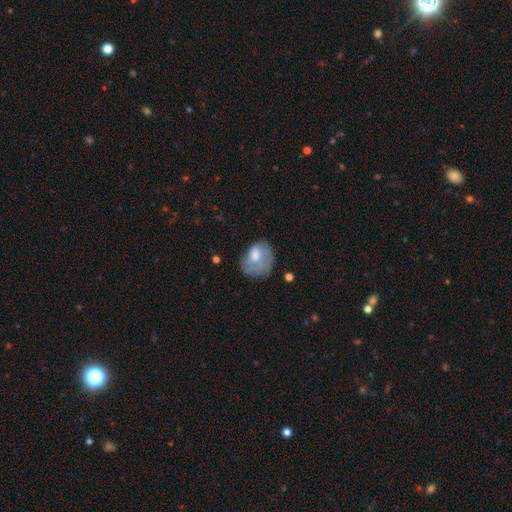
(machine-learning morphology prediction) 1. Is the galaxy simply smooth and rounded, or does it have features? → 58% smooth, 33% featured or disk, 9% star or artifact.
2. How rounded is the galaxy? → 54% in between, 45% round, 1% cigar-shaped.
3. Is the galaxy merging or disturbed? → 42% none, 31% minor disturbance, 24% major disturbance, 2% merger.